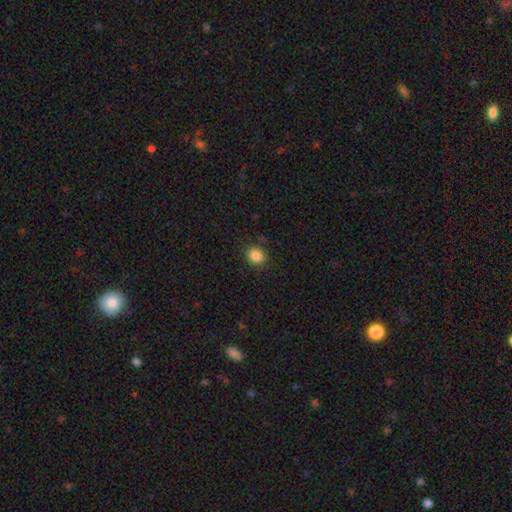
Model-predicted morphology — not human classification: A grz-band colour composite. It shows a smooth galaxy with no disk features (85%) that is round (69%). Merging: none (87%).